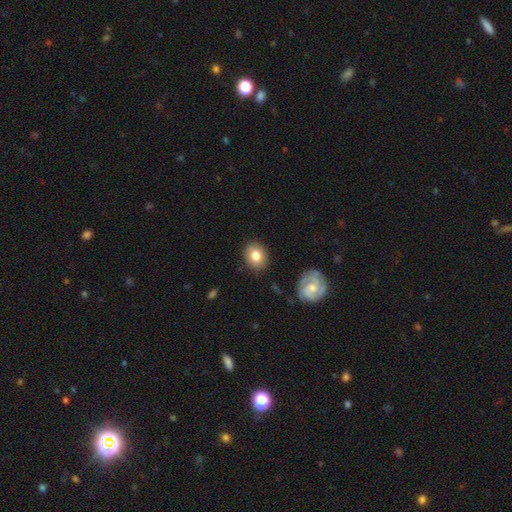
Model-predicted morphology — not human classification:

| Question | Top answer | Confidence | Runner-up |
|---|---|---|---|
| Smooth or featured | smooth | 79% | featured or disk (14%) |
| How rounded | round | 55% | in between (44%) |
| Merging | none | 87% | minor disturbance (9%) |